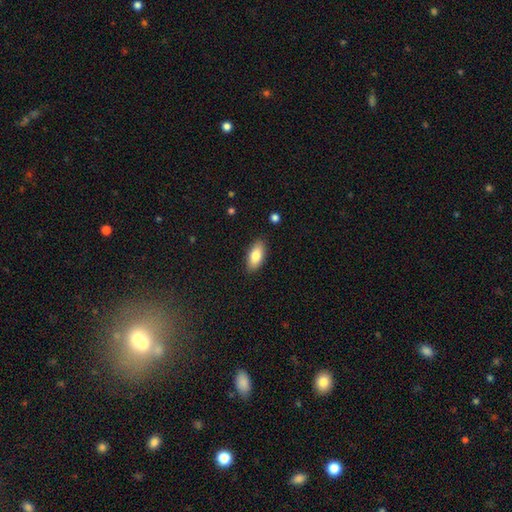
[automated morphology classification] Smooth or featured? Predicted: smooth (p=0.83). How rounded? Predicted: in between (p=0.90). Merging? Predicted: none (p=0.87).